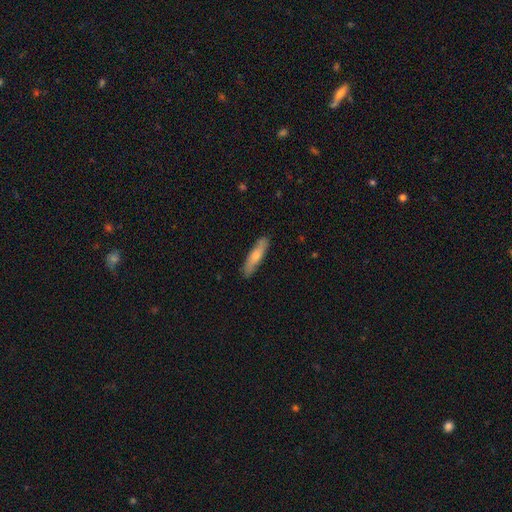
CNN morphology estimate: smooth_or_featured: smooth (p=0.66) [alt: featured or disk p=0.28]
how_rounded: cigar-shaped (p=0.81) [alt: in between p=0.17]
merging: none (p=0.86) [alt: minor disturbance p=0.11]